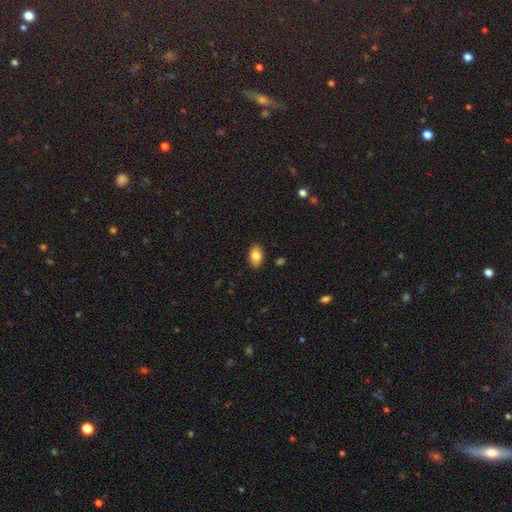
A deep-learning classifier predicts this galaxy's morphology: smooth_or_featured: smooth (p=0.82) [alt: featured or disk p=0.10]
how_rounded: in between (p=0.89) [alt: round p=0.09]
merging: none (p=0.87) [alt: minor disturbance p=0.09]